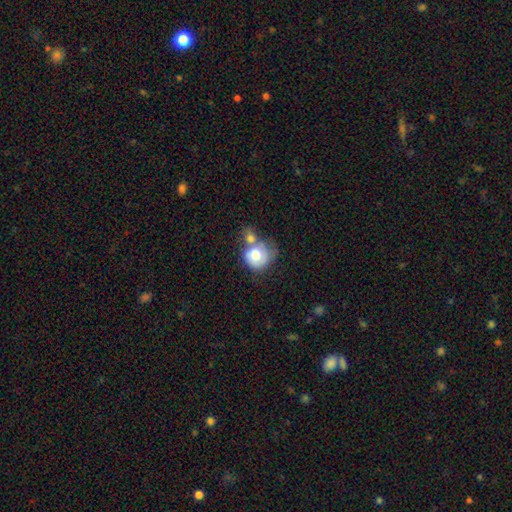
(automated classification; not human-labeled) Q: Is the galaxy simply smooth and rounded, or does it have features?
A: smooth — 70%.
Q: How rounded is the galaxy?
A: round — 72%.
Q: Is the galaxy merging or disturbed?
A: merger — 52%.